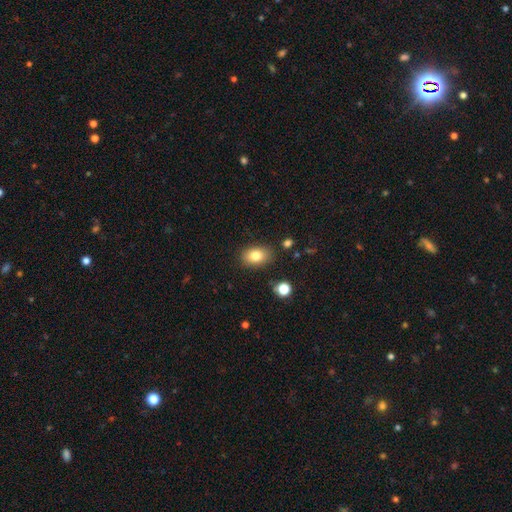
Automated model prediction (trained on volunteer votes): Q: Smooth or featured?
A: smooth (81%); runner-up: featured or disk (10%)
Q: How rounded?
A: in between (82%); runner-up: round (17%)
Q: Merging?
A: none (84%); runner-up: minor disturbance (11%)